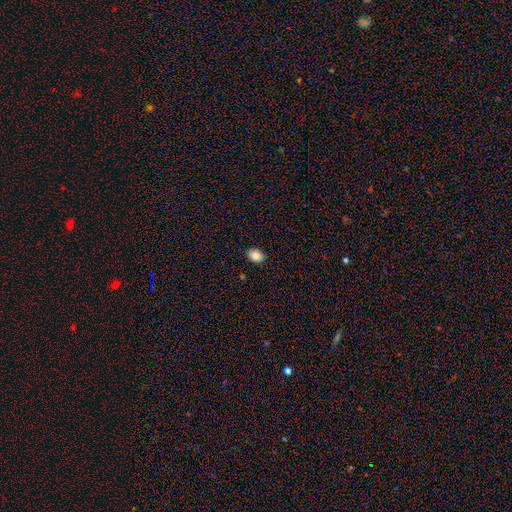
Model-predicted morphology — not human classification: type=smooth (85%); roundness=in between (73%); merging=none (90%).